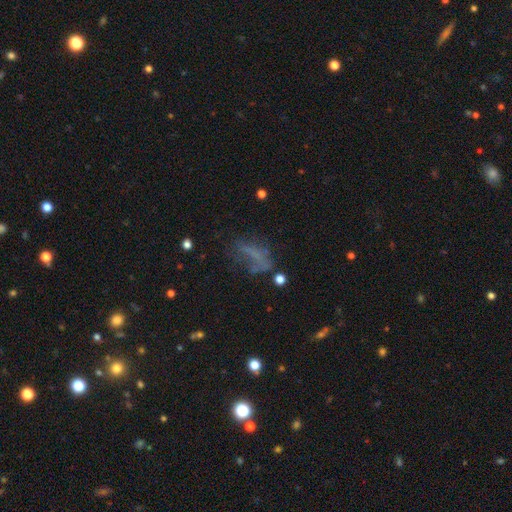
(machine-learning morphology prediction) A smooth galaxy with no disk features (44%). Merging: major disturbance (36%, tied with none).